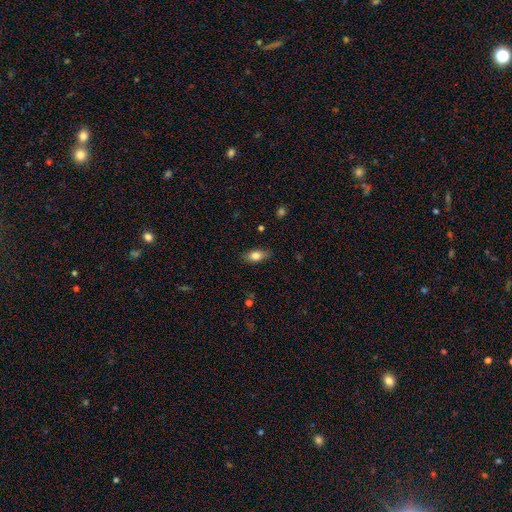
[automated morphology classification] This appears to be a smooth galaxy with no disk features (79%) that is in between round and cigar-shaped (84%). Merging: none (83%).